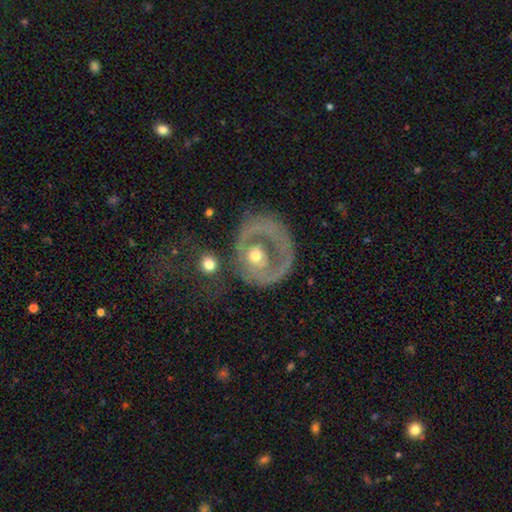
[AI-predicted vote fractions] Smooth or featured?
  - featured or disk: 70% *
  - smooth: 24%
  - star or artifact: 6%
Edge-on disk?
  - no: 97% *
  - yes: 3%
Bar?
  - no: 82% *
  - weak: 14%
  - strong: 4%
Spiral arms?
  - no: 57% *
  - yes: 43%
Bulge size?
  - moderate: 67% *
  - small: 24%
  - large: 5%
  - none: 2%
  - dominant: 2%
Merging?
  - none: 44% *
  - major disturbance: 30%
  - minor disturbance: 19%
  - merger: 7%